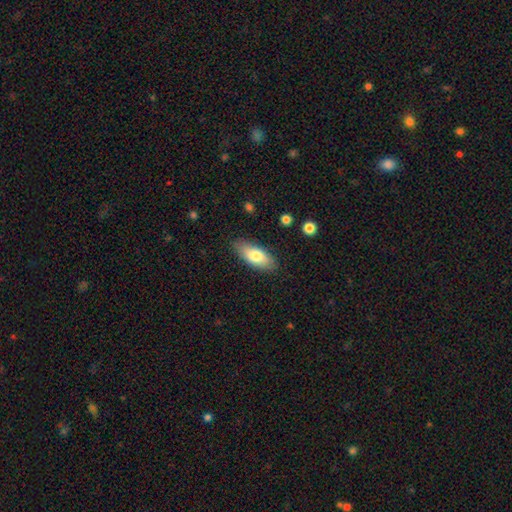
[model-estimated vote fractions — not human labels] Smooth or featured: smooth — 76% (featured or disk — 18%)
How rounded: in between — 80% (cigar-shaped — 18%)
Merging: none — 84% (minor disturbance — 12%)